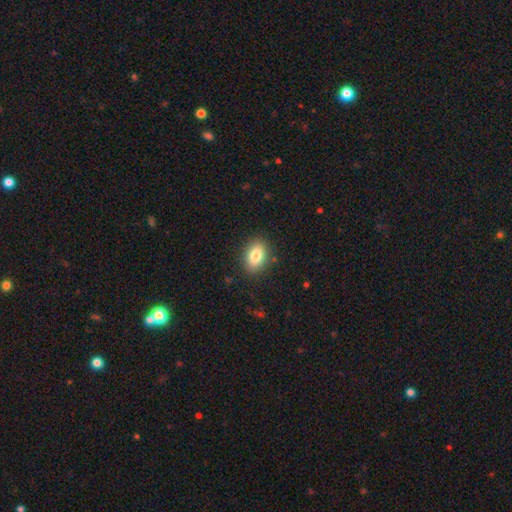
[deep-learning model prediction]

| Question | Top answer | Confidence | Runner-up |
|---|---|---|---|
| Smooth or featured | smooth | 81% | featured or disk (10%) |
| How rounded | in between | 82% | round (16%) |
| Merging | none | 87% | minor disturbance (9%) |